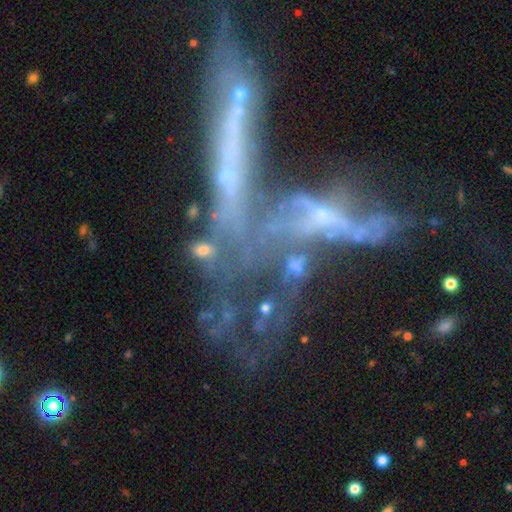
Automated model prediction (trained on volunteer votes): Smooth or featured?
  - featured or disk: 56% *
  - star or artifact: 24%
  - smooth: 21%
Edge-on disk?
  - no: 66% *
  - yes: 34%
Merging?
  - merger: 50% *
  - major disturbance: 22%
  - none: 18%
  - minor disturbance: 10%